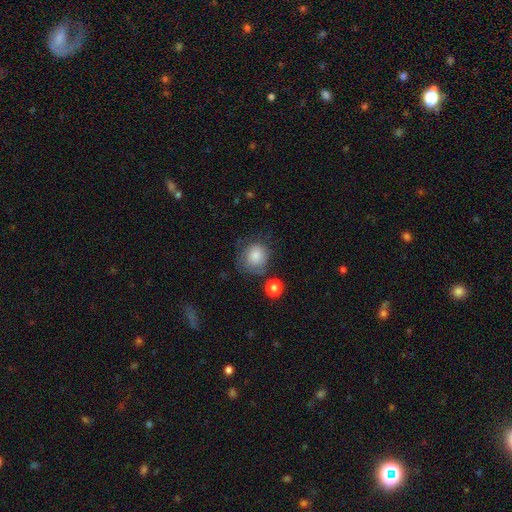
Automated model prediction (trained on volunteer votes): A smooth galaxy with no disk features (79%) that is round (79%). Merging: none (55%).